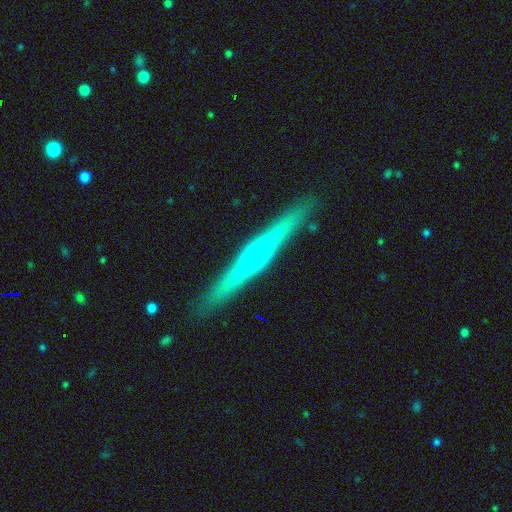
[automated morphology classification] smooth_or_featured: featured or disk (p=0.74) [alt: smooth p=0.20]
disk_edge_on: yes (p=0.98) [alt: no p=0.02]
edge_on_bulge: rounded (p=0.90) [alt: none p=0.06]
merging: none (p=0.91) [alt: minor disturbance p=0.07]